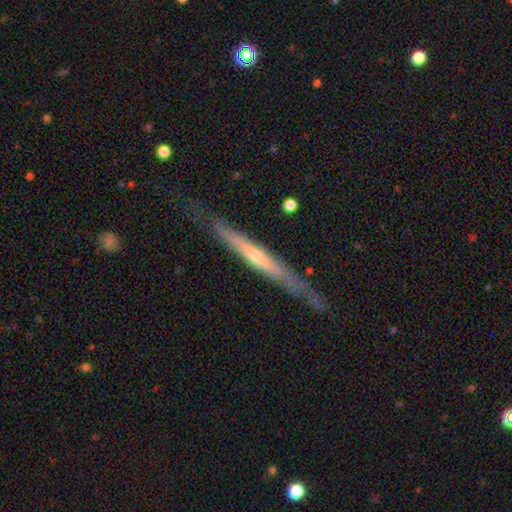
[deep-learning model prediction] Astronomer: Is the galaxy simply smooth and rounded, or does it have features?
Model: featured or disk — 67%.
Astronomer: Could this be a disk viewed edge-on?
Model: yes — 90%.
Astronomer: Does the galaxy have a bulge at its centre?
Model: none — 48% (runner-up: rounded, 46%).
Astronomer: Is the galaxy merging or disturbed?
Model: none — 71%.